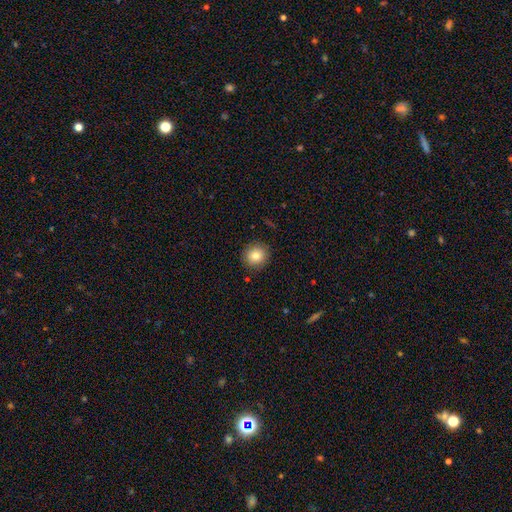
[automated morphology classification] smooth-or-featured: smooth: 81% | star or artifact: 10% | featured or disk: 9%
  how-rounded: round: 89% | in between: 10% | cigar-shaped: 1%
  merging: none: 89% | minor disturbance: 8% | major disturbance: 2% | merger: 1%